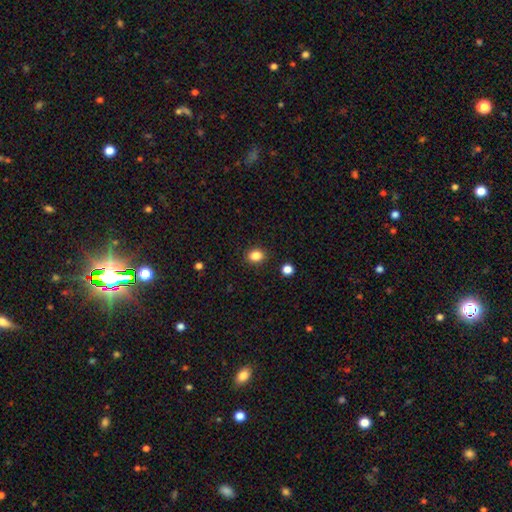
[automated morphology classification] Smooth or featured: smooth — 85% (star or artifact — 11%)
How rounded: round — 56% (in between — 43%)
Merging: none — 89% (minor disturbance — 7%)